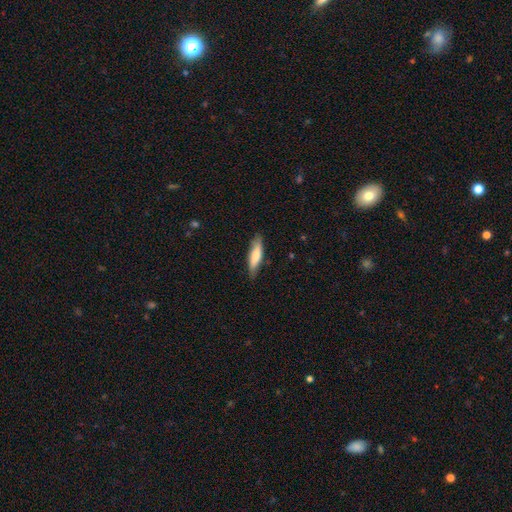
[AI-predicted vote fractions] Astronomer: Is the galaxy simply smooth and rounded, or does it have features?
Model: smooth — 72%.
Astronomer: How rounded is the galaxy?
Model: cigar-shaped — 69%.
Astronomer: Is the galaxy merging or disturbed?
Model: none — 80%.